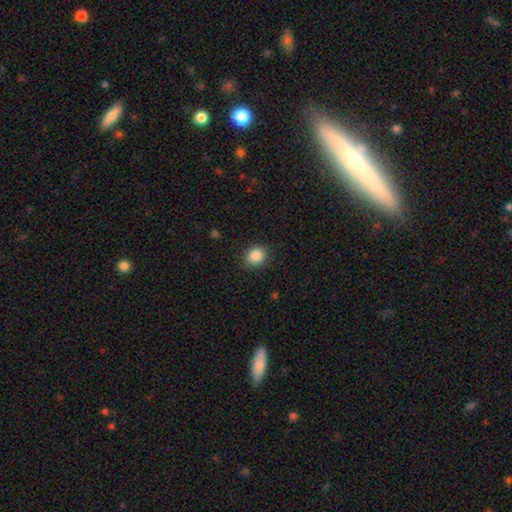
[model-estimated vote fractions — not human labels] A smooth galaxy with no disk features (86%) that is round (76%).

Vote fractions:
- Smooth or featured? smooth: 86% / star or artifact: 10% / featured or disk: 4%
- How rounded? round: 76% / in between: 23% / cigar-shaped: 1%
- Merging? none: 88% / minor disturbance: 9% / major disturbance: 2% / merger: 1%